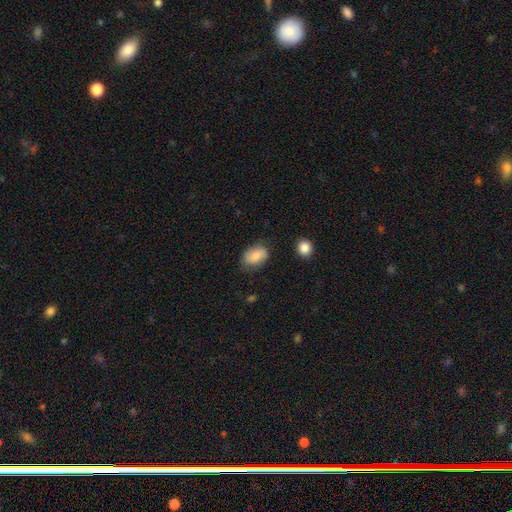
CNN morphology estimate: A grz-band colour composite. It shows a smooth galaxy with no disk features (83%) that is in between round and cigar-shaped (86%). Merging: none (71%).